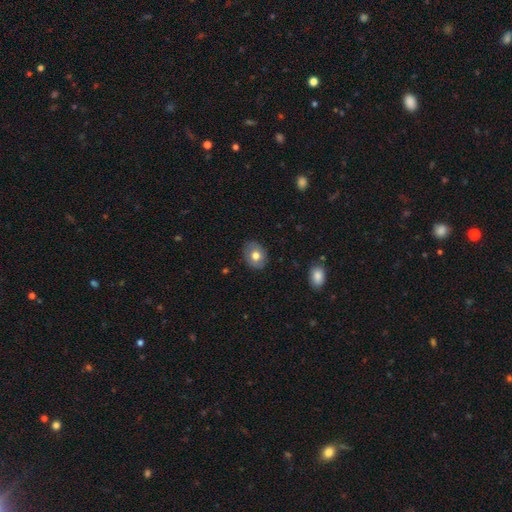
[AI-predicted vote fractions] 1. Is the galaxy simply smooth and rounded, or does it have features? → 75% smooth, 17% featured or disk, 8% star or artifact.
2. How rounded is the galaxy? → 53% in between, 46% round, 1% cigar-shaped.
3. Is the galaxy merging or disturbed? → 85% none, 12% minor disturbance, 2% major disturbance, 1% merger.